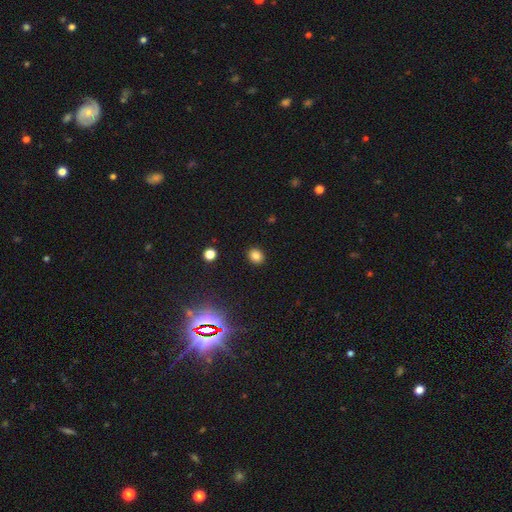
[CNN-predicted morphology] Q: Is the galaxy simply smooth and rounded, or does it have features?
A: smooth — 81%.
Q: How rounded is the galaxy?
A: round — 62%.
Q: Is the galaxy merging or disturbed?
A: none — 90%.